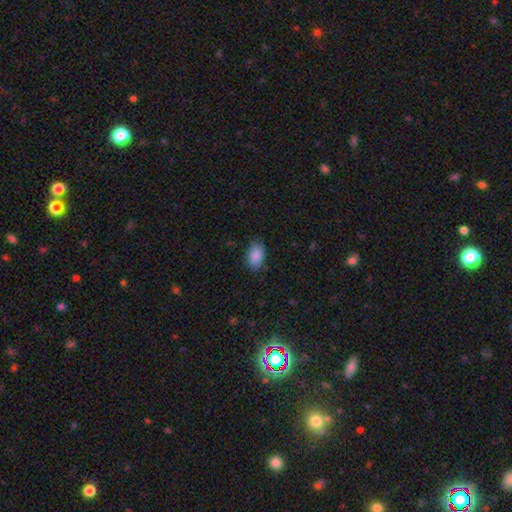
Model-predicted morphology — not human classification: smooth_or_featured: smooth (p=0.88) [alt: star or artifact p=0.07]
how_rounded: in between (p=0.91) [alt: round p=0.08]
merging: none (p=0.83) [alt: minor disturbance p=0.13]